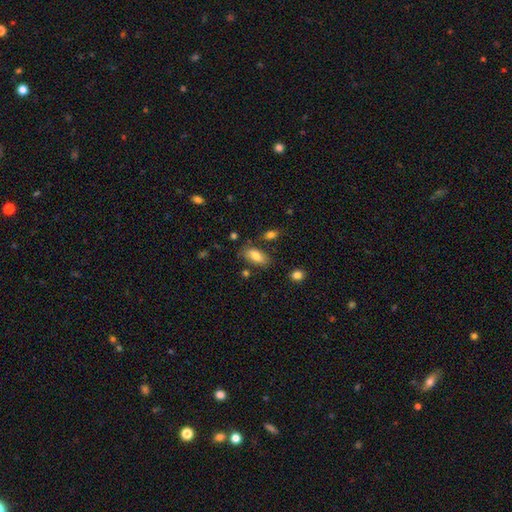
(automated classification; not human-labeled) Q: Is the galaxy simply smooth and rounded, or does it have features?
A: smooth — 79%.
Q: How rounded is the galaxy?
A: in between — 88%.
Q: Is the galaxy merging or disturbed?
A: none — 78%.